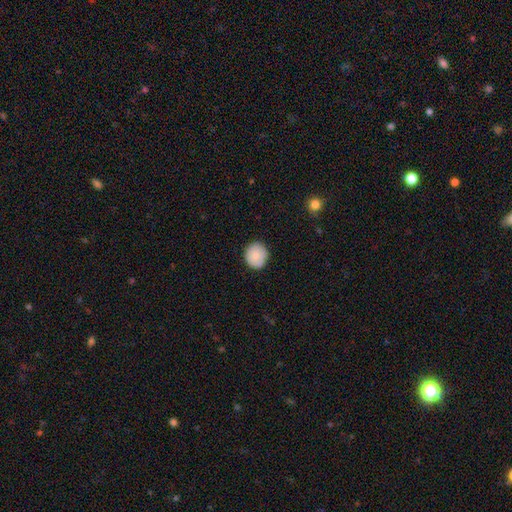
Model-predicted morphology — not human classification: smooth 81%, featured or disk 12%, star or artifact 7%. Down the decision tree: how rounded — round (85%); merging — none (87%).